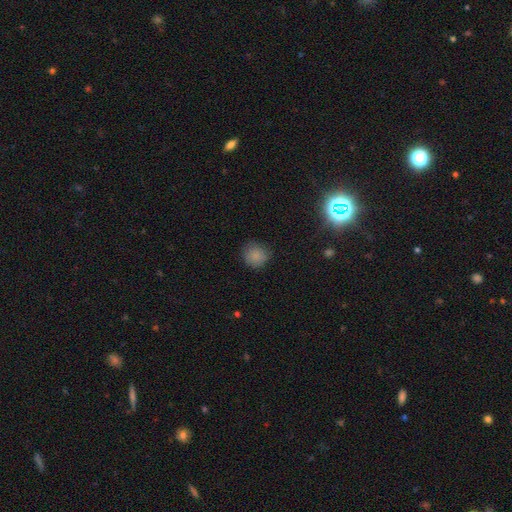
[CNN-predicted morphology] smooth-or-featured: smooth: 83% | star or artifact: 12% | featured or disk: 6%
  how-rounded: round: 89% | in between: 10% | cigar-shaped: 1%
  merging: none: 78% | minor disturbance: 16% | major disturbance: 4% | merger: 1%